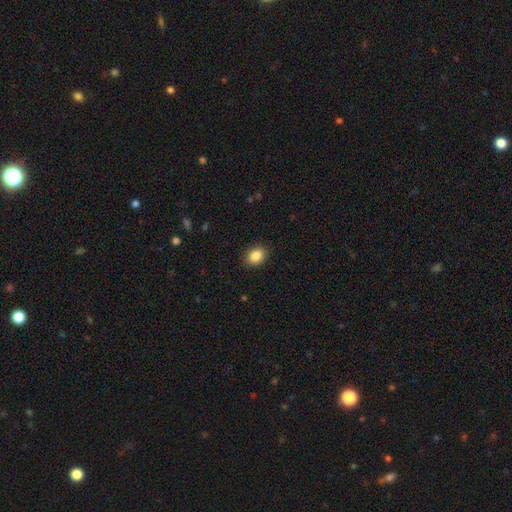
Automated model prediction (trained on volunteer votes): This appears to be a smooth galaxy with no disk features (87%) that is in between round and cigar-shaped (70%). Merging: none (89%).